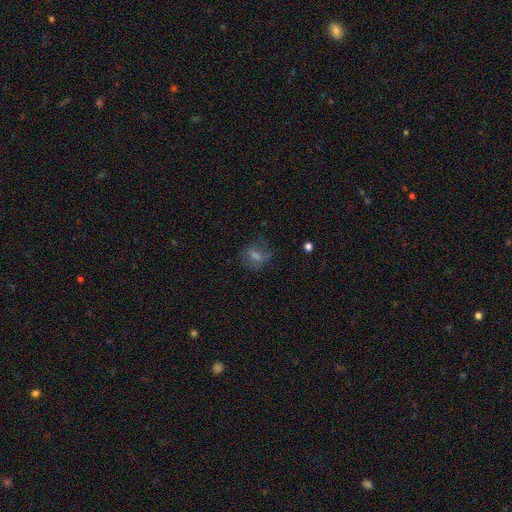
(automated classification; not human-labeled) This appears to be a smooth galaxy with no disk features (42%). Merging: none (66%).